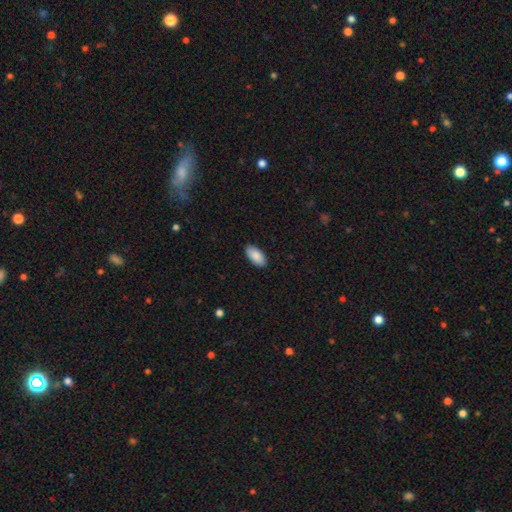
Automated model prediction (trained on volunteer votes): smooth-or-featured: smooth: 90% | star or artifact: 6% | featured or disk: 5%
  how-rounded: in between: 94% | cigar-shaped: 4% | round: 2%
  merging: none: 89% | minor disturbance: 8% | major disturbance: 2% | merger: 1%